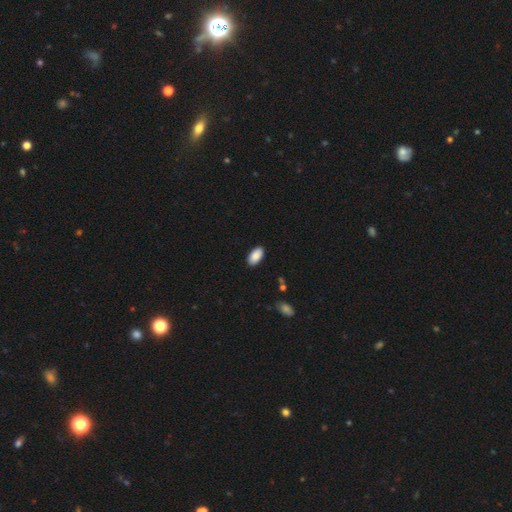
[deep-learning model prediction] smooth_or_featured: smooth (p=0.90) [alt: star or artifact p=0.06]
how_rounded: in between (p=0.96) [alt: round p=0.02]
merging: none (p=0.89) [alt: minor disturbance p=0.08]